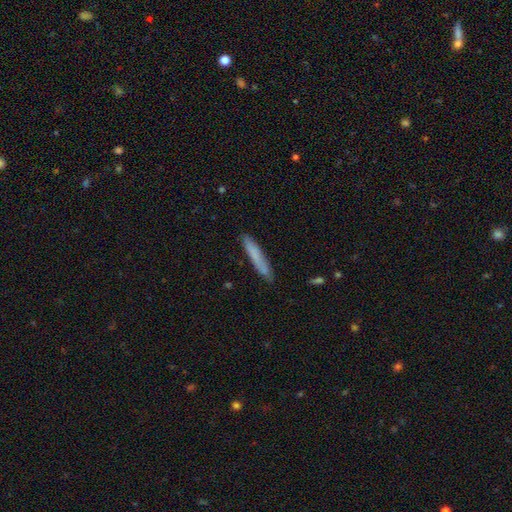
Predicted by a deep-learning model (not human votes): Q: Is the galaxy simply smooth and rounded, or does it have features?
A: smooth — 74%.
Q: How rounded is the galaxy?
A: cigar-shaped — 94%.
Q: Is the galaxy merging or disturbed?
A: none — 85%.